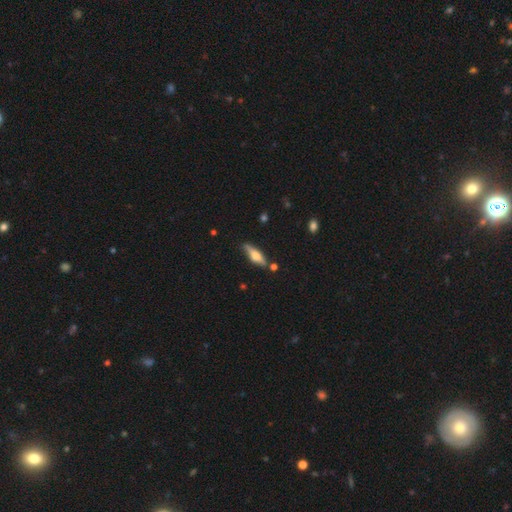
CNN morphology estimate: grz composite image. It shows a smooth galaxy with no disk features (51%) that is cigar-shaped (56%). Merging: none (73%).